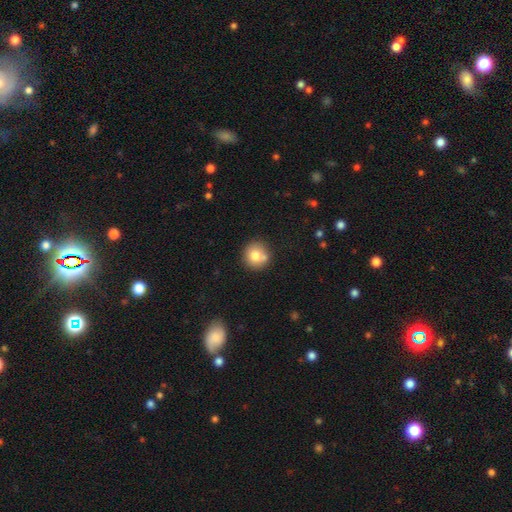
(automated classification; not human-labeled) smooth_or_featured: smooth (p=0.77) [alt: featured or disk p=0.13]
how_rounded: round (p=0.89) [alt: in between p=0.10]
merging: none (p=0.70) [alt: merger p=0.14]